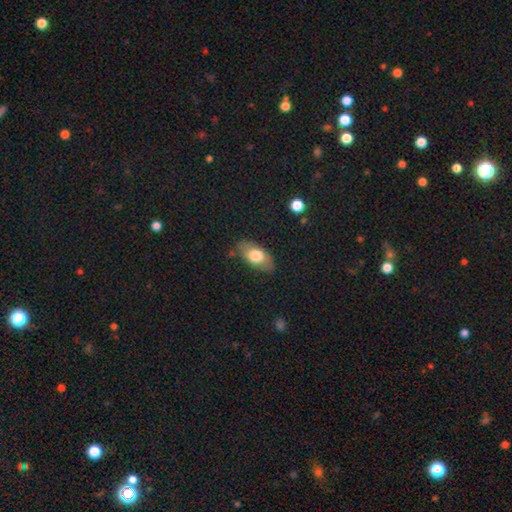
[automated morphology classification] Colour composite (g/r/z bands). It shows a smooth galaxy with no disk features (70%) that is in between round and cigar-shaped (90%). Merging: none (80%).